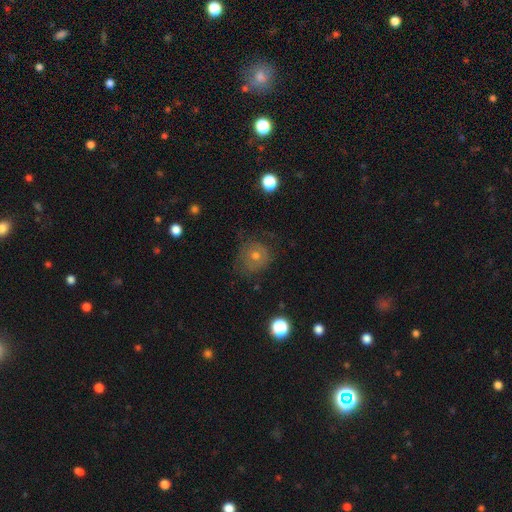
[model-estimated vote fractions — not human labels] A smooth galaxy with no disk features (45%).

Vote fractions:
- Smooth or featured? smooth: 45% / featured or disk: 38% / star or artifact: 17%
- Merging? none: 69% / minor disturbance: 19% / major disturbance: 10% / merger: 1%